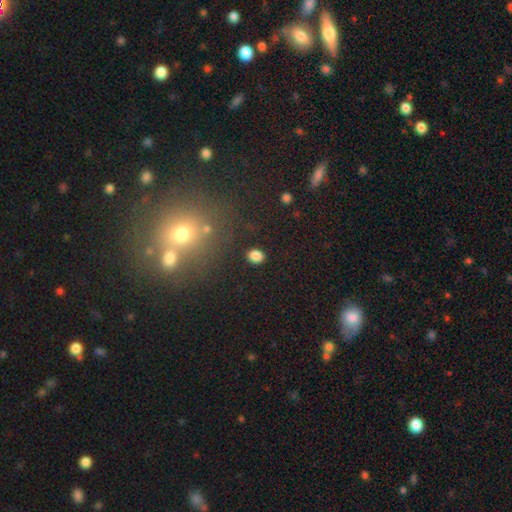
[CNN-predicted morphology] Overall: smooth (84%). How rounded: round (57%; in between 42%). Merging: none (88%).